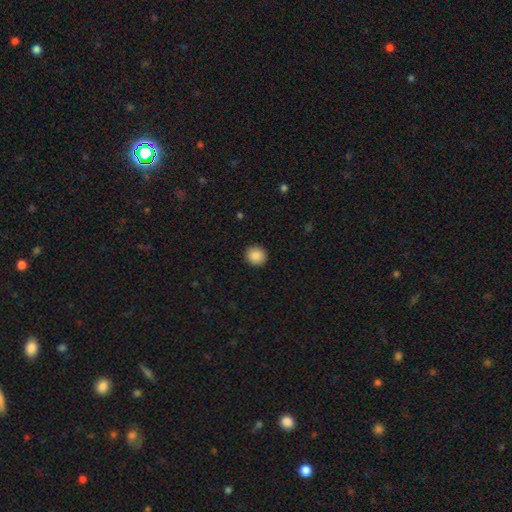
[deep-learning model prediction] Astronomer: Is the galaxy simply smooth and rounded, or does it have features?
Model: smooth — 88%.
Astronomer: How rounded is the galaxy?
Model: round — 89%.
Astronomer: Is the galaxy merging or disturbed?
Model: none — 92%.